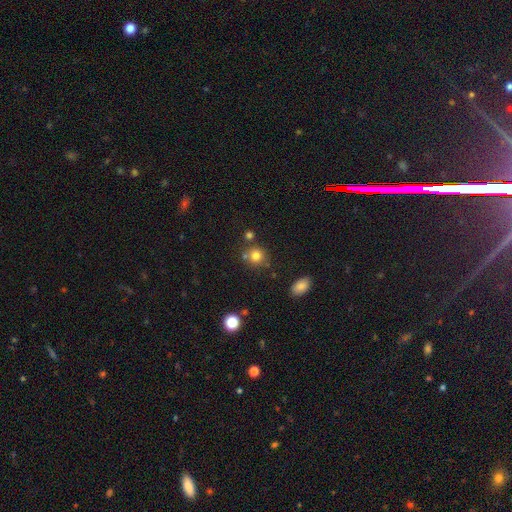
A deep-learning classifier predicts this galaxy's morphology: Smooth or featured? smooth (79%)
How rounded? round (86%)
Merging? none (69%)